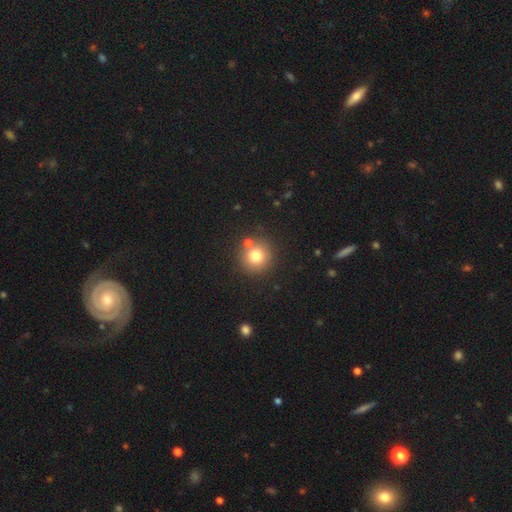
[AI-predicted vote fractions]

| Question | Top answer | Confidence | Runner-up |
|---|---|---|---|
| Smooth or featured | smooth | 77% | star or artifact (13%) |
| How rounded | round | 93% | in between (6%) |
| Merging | none | 79% | merger (11%) |